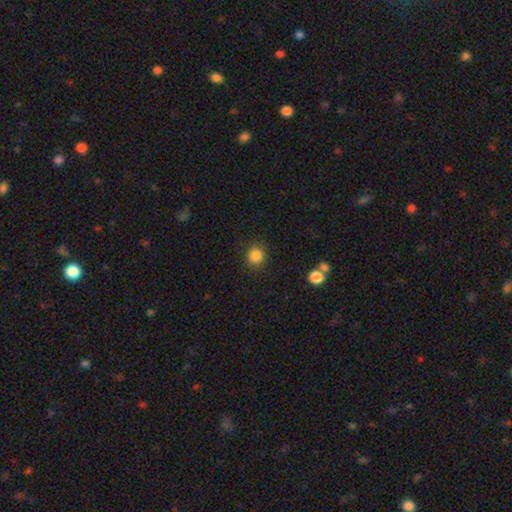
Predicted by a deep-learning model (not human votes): This is clearly a smooth galaxy (85%). How rounded: clearly round (87%). Merging: clearly none (87%).